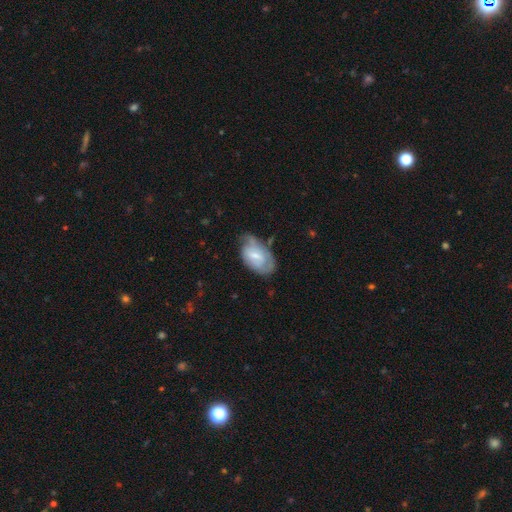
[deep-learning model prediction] The model was most divided on "smooth or featured" (2-way tie): featured or disk: 47%, smooth: 47%, star or artifact: 6%. Remaining: merging — none (47%).